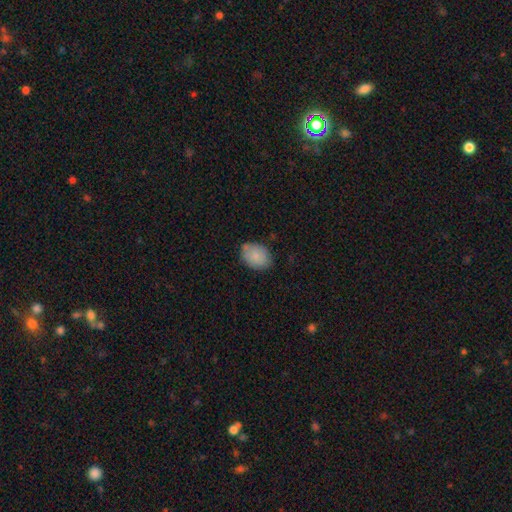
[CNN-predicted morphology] A smooth galaxy with no disk features (86%) that is in between round and cigar-shaped (67%). Merging: none (75%).